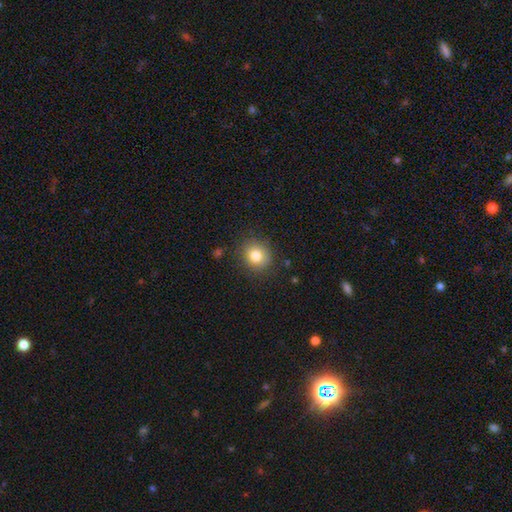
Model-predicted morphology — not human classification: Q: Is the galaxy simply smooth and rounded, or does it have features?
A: smooth — 82%.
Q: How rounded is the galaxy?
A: round — 85%.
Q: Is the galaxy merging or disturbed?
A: none — 86%.